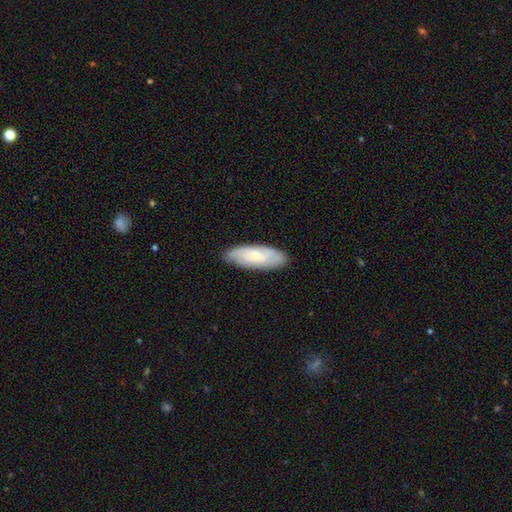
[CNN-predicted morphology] type=featured or disk (49%); merging=none (81%).